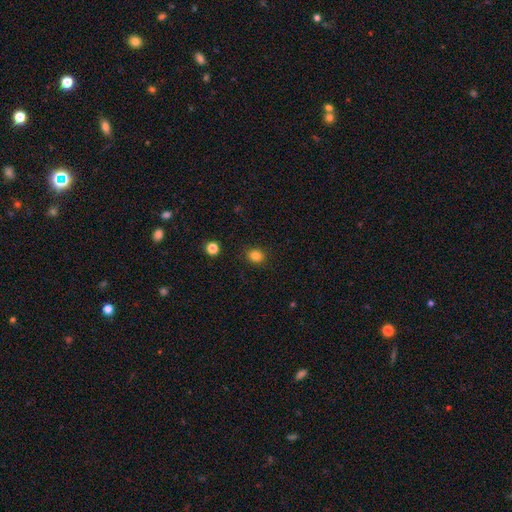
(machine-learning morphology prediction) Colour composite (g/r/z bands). It shows a smooth galaxy with no disk features (83%) that is round (72%). Merging: none (89%).